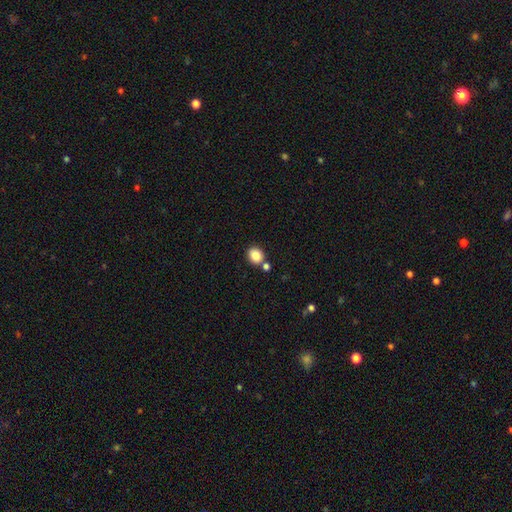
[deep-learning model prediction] Morphology: type=smooth (84%); roundness=round (66%); merging=none (74%).